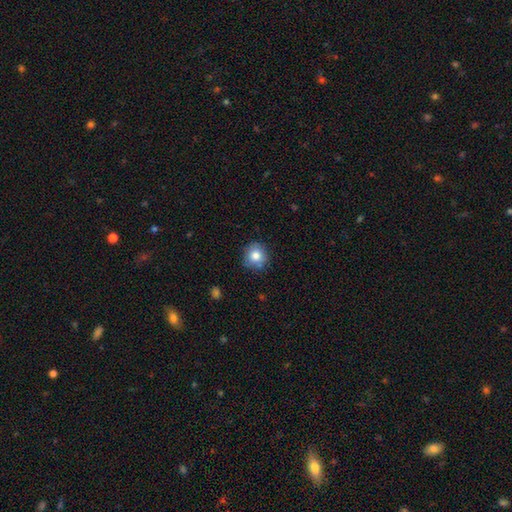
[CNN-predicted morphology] A smooth galaxy with no disk features (81%) that is round (91%). Merging: none (83%).